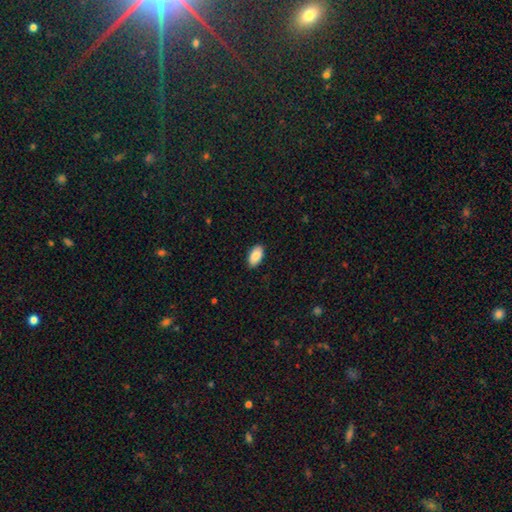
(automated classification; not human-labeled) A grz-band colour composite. It shows a smooth galaxy with no disk features (88%) that is in between round and cigar-shaped (95%). Merging: none (89%).